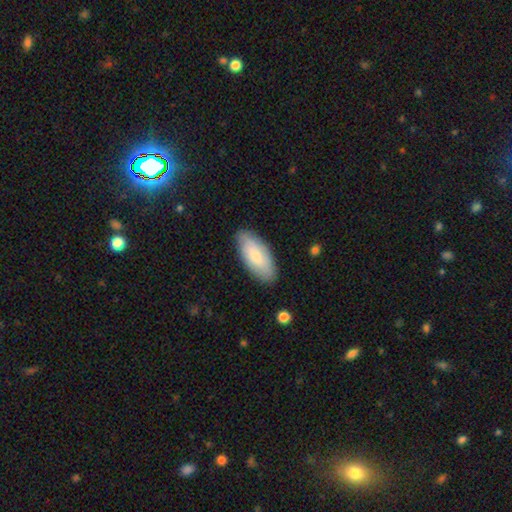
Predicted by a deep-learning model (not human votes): A smooth galaxy with no disk features (78%) that is in between round and cigar-shaped (88%). Merging: none (84%).